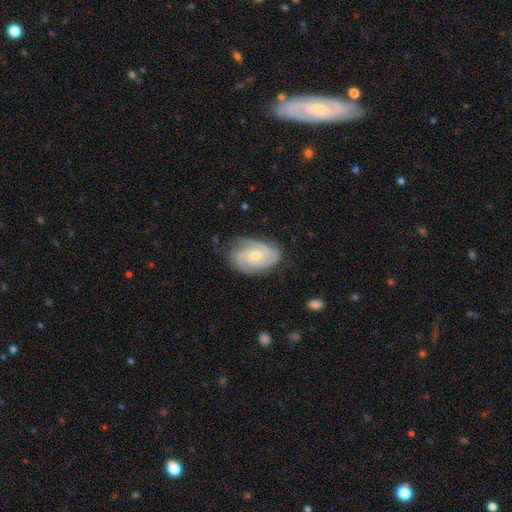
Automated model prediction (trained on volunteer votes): Smooth or featured? Predicted: featured or disk (p=0.86). Edge-on disk? Predicted: no (p=0.97). Bar? Predicted: no (p=0.54). Spiral arms? Predicted: yes (p=0.97). Spiral winding? Predicted: tight (p=0.65). Spiral arm count? Predicted: 3 (p=0.43). Bulge size? Predicted: small (p=0.55). Merging? Predicted: none (p=0.76).